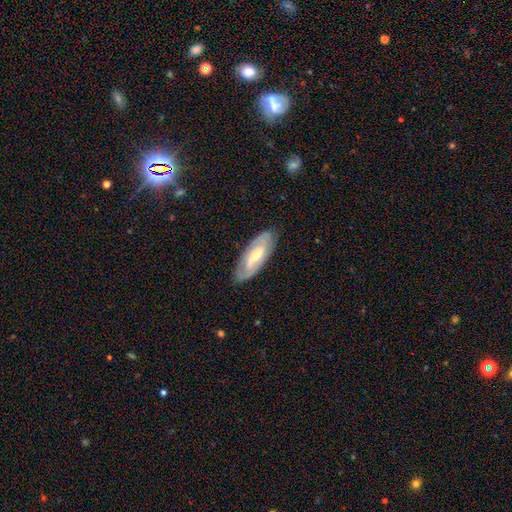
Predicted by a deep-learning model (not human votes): smooth-or-featured: featured or disk: 66% | smooth: 29% | star or artifact: 5%
  disk-edge-on: no: 87% | yes: 13%
    bar: weak: 47% | no: 29% | strong: 23%
    has-spiral-arms: yes: 79% | no: 21%
    bulge-size: moderate: 50% | small: 43% | large: 4% | none: 2% | dominant: 1%
  merging: none: 84% | minor disturbance: 12% | major disturbance: 3% | merger: 1%